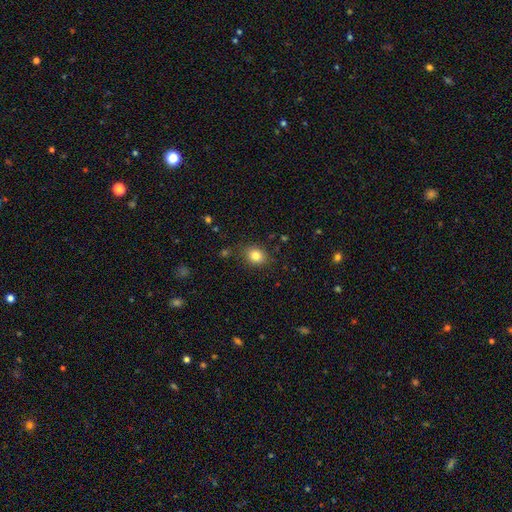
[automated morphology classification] Smooth or featured? smooth (82%)
How rounded? round (64%)
Merging? none (83%)